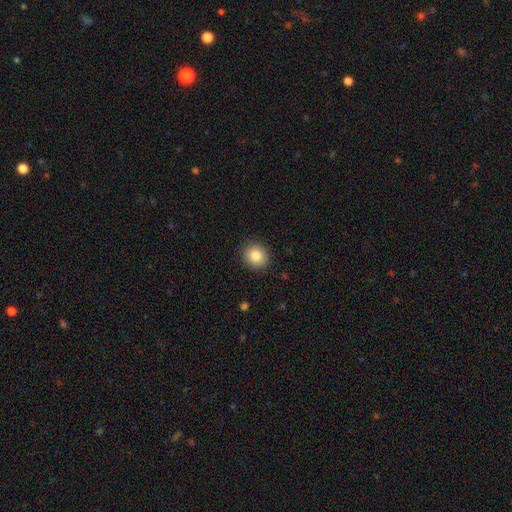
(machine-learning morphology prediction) Smooth or featured? Predicted: smooth (p=0.85). How rounded? Predicted: round (p=0.78). Merging? Predicted: none (p=0.90).